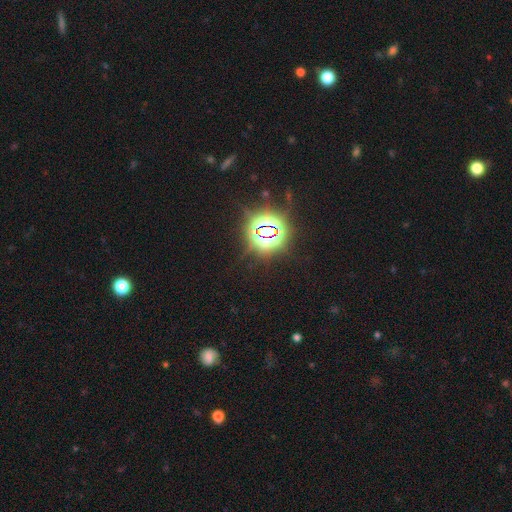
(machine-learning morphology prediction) smooth_or_featured: star or artifact (p=0.83) [alt: smooth p=0.12]